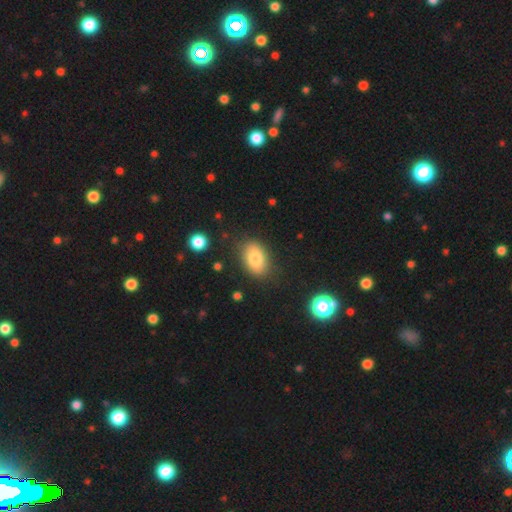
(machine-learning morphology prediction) A smooth galaxy with no disk features (80%) that is in between round and cigar-shaped (85%). Merging: none (81%).